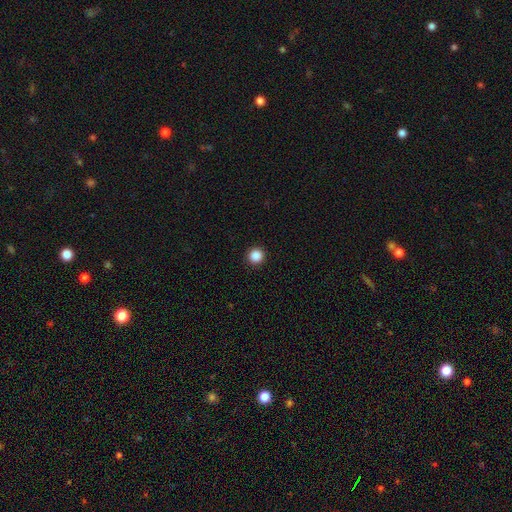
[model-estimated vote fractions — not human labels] Morphology: type=smooth (87%); roundness=round (96%); merging=none (93%).